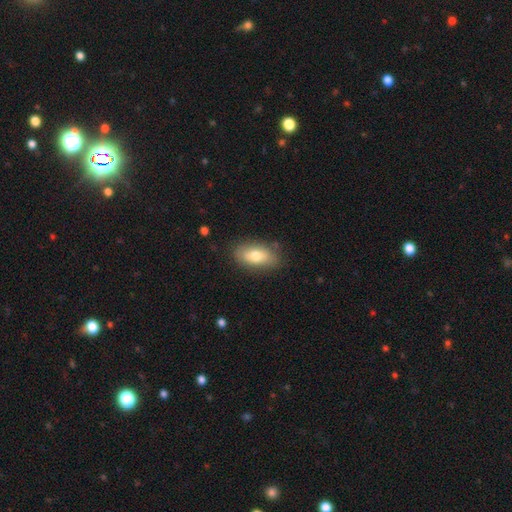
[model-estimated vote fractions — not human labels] Smooth or featured? Predicted: smooth (p=0.73). How rounded? Predicted: in between (p=0.90). Merging? Predicted: none (p=0.81).